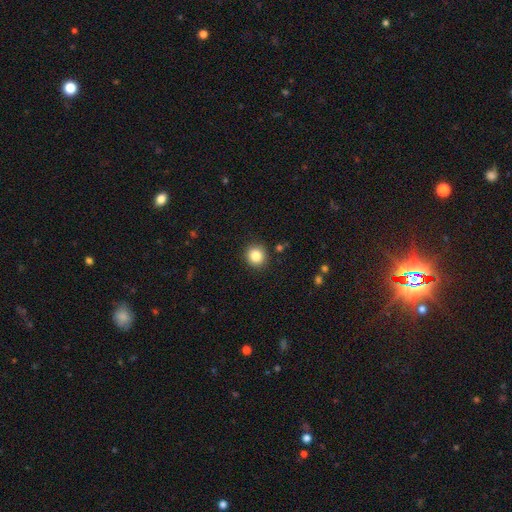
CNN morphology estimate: Smooth or featured: smooth — 84% (star or artifact — 10%)
How rounded: round — 92% (in between — 7%)
Merging: none — 91% (minor disturbance — 6%)